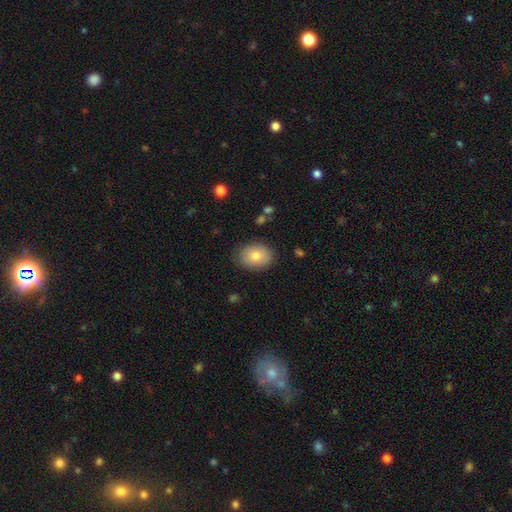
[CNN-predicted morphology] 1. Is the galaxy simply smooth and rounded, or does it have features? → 80% smooth, 12% featured or disk, 8% star or artifact.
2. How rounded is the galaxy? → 72% in between, 27% round, 1% cigar-shaped.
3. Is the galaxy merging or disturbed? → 84% none, 12% minor disturbance, 3% major disturbance, 1% merger.